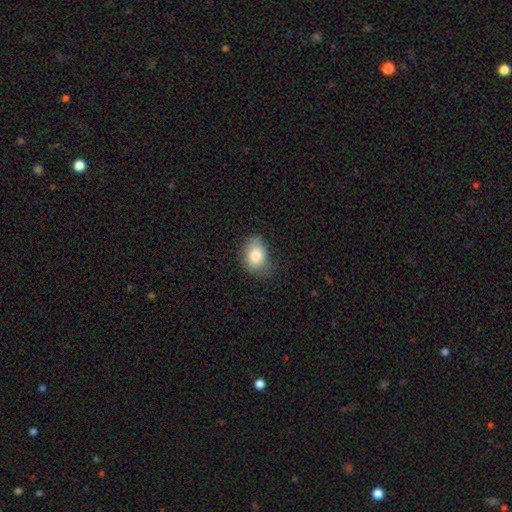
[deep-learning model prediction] Overall: smooth (81%). How rounded: in between (71%). Merging: none (61%; minor disturbance 29%).